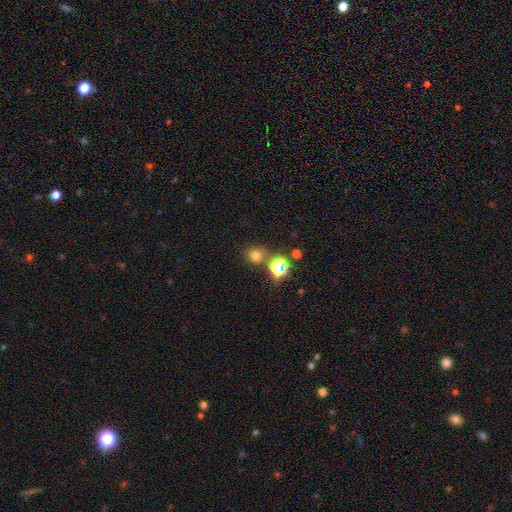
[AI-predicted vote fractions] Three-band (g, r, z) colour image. It shows a smooth galaxy with no disk features (70%) that is round (85%). Merging: none (74%).